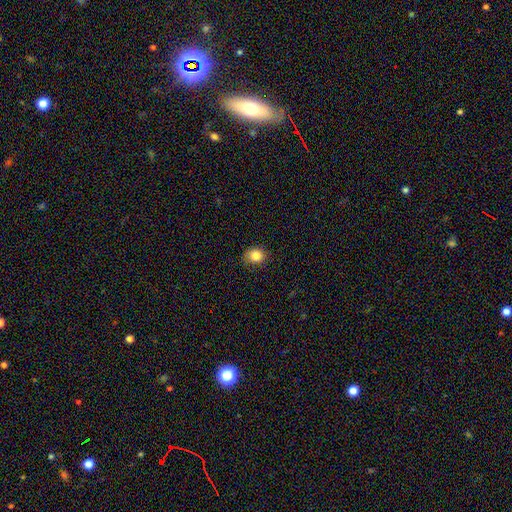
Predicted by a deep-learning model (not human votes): Smooth or featured?
  - smooth: 84% *
  - star or artifact: 10%
  - featured or disk: 6%
How rounded?
  - round: 62% *
  - in between: 37%
  - cigar-shaped: 1%
Merging?
  - none: 80% *
  - minor disturbance: 16%
  - major disturbance: 3%
  - merger: 1%